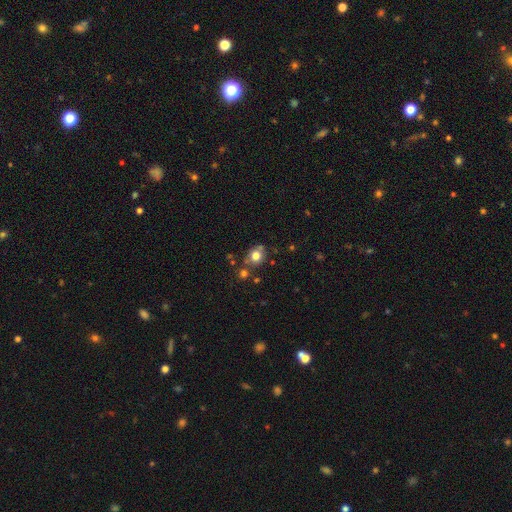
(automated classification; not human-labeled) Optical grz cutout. It shows a smooth galaxy with no disk features (77%) that is round (74%). Merging: none (69%).